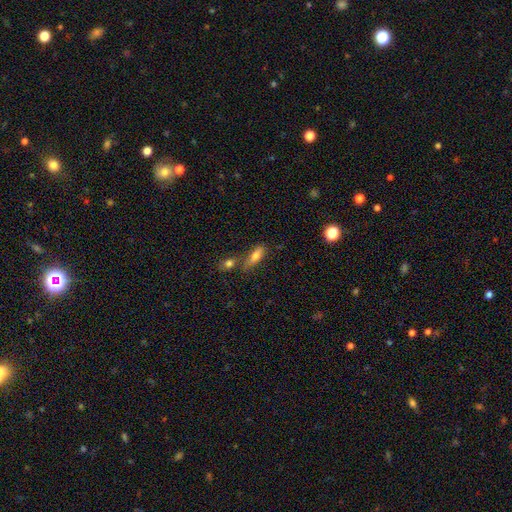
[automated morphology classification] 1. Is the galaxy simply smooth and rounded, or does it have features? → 71% smooth, 20% featured or disk, 9% star or artifact.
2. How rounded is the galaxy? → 60% in between, 36% cigar-shaped, 4% round.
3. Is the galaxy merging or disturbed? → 54% none, 25% merger, 16% minor disturbance, 6% major disturbance.